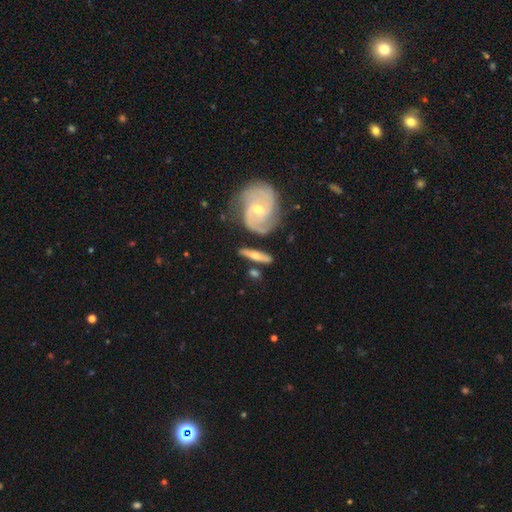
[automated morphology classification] smooth_or_featured: featured or disk (p=0.60) [alt: smooth p=0.34]
disk_edge_on: yes (p=0.57) [alt: no p=0.43]
merging: none (p=0.73) [alt: minor disturbance p=0.14]